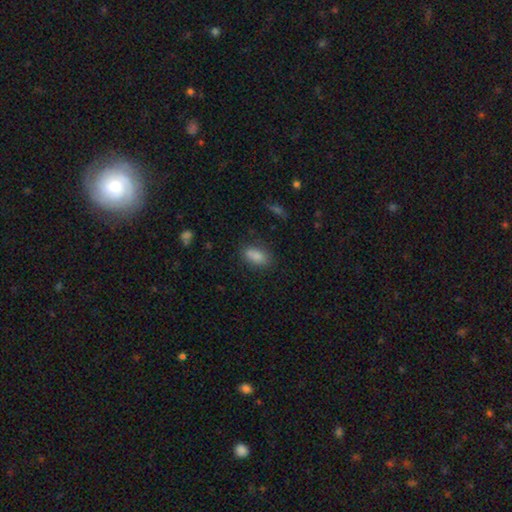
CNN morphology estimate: smooth-or-featured: smooth: 86% | star or artifact: 8% | featured or disk: 6%
  how-rounded: in between: 86% | cigar-shaped: 9% | round: 4%
  merging: none: 78% | minor disturbance: 15% | major disturbance: 4% | merger: 3%